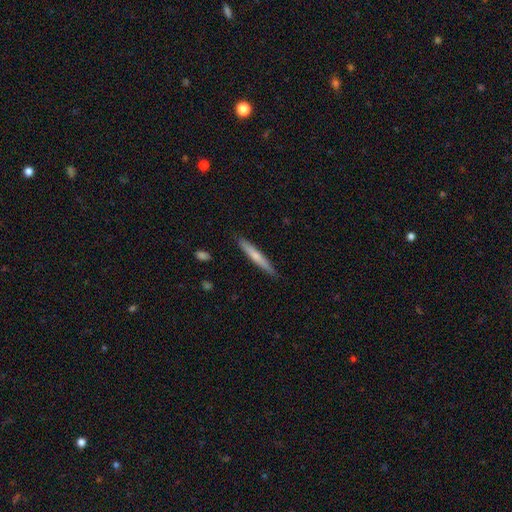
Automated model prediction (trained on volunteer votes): Smooth or featured: smooth — 61% (featured or disk — 34%)
How rounded: cigar-shaped — 95% (in between — 4%)
Merging: none — 89% (minor disturbance — 8%)